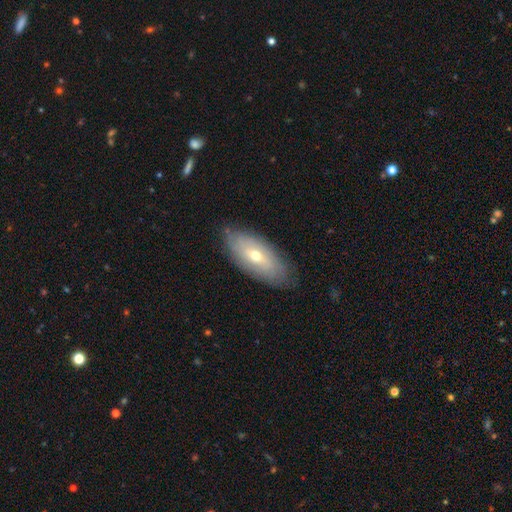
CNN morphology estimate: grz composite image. It shows a smooth galaxy with no disk features (47%). Merging: none (81%).